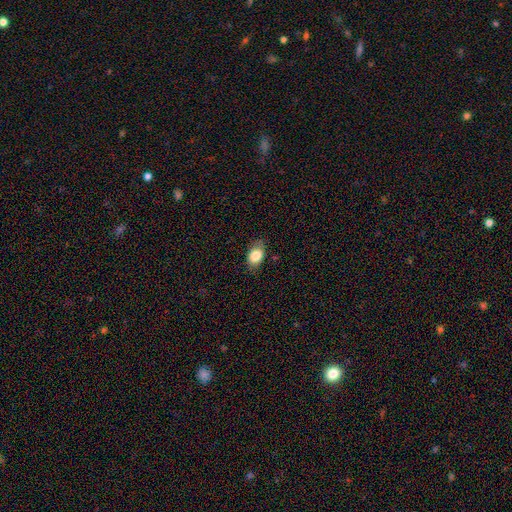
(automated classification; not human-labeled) A smooth galaxy with no disk features (82%) that is in between round and cigar-shaped (87%). Merging: none (78%).